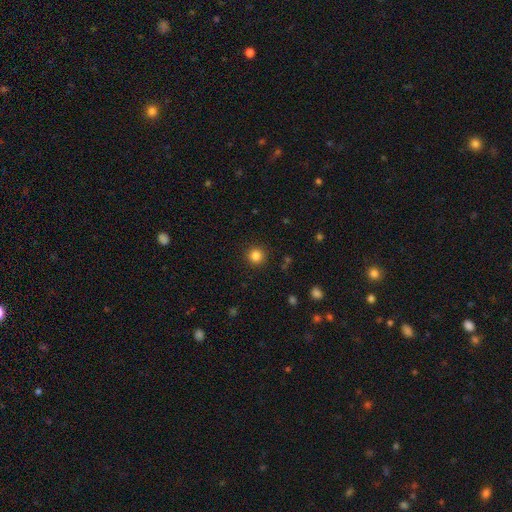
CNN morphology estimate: A smooth galaxy with no disk features (84%) that is round (95%).

Vote fractions:
- Smooth or featured? smooth: 84% / star or artifact: 12% / featured or disk: 4%
- How rounded? round: 95% / in between: 4% / cigar-shaped: 1%
- Merging? none: 91% / minor disturbance: 5% / major disturbance: 2% / merger: 1%